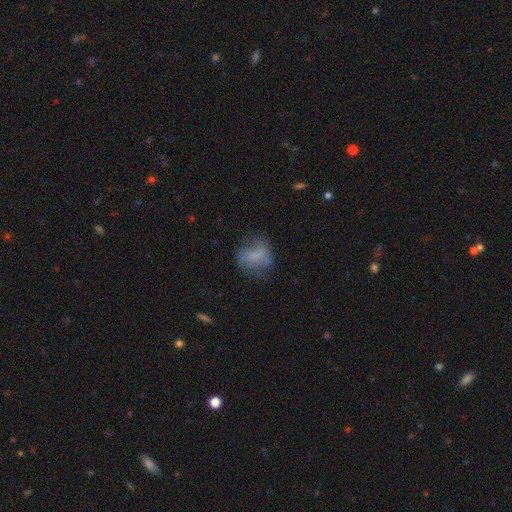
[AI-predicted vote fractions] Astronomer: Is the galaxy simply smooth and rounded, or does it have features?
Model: smooth — 50% (runner-up: featured or disk, 38%).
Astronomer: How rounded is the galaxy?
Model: round — 51% (runner-up: in between, 47%).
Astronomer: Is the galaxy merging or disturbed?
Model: none — 49% (runner-up: minor disturbance, 25%).